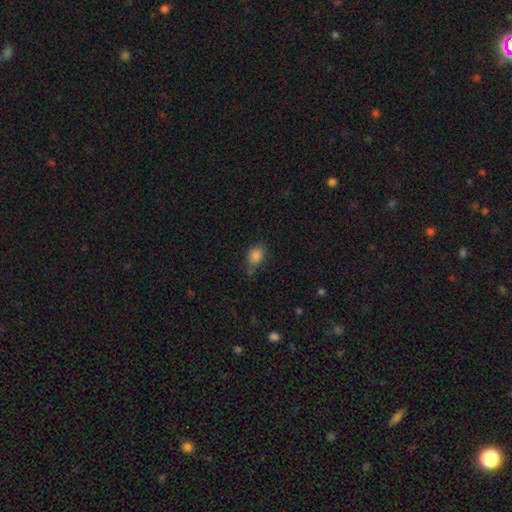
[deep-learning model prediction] This is clearly a smooth galaxy (84%). How rounded: likely in between (71%). Merging: likely none (67%).